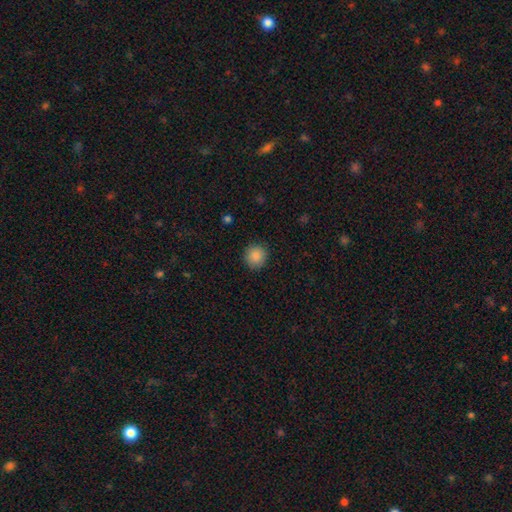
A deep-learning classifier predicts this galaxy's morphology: Q: Smooth or featured?
A: smooth (88%); runner-up: star or artifact (9%)
Q: How rounded?
A: round (92%); runner-up: in between (7%)
Q: Merging?
A: none (90%); runner-up: minor disturbance (7%)